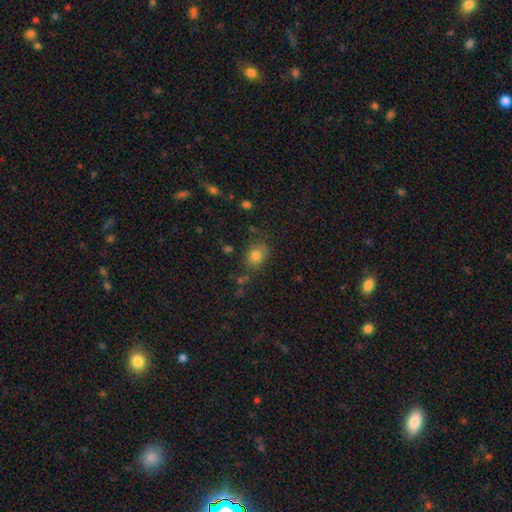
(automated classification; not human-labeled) smooth_or_featured: smooth (p=0.79) [alt: star or artifact p=0.13]
how_rounded: round (p=0.52) [alt: in between p=0.47]
merging: none (p=0.71) [alt: minor disturbance p=0.19]